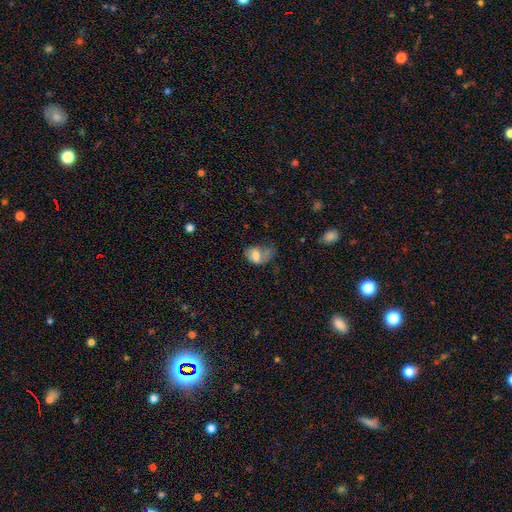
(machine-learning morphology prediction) smooth-or-featured: smooth: 62% | featured or disk: 29% | star or artifact: 10%
  how-rounded: in between: 79% | round: 20% | cigar-shaped: 2%
  merging: major disturbance: 38% | minor disturbance: 30% | none: 27% | merger: 5%